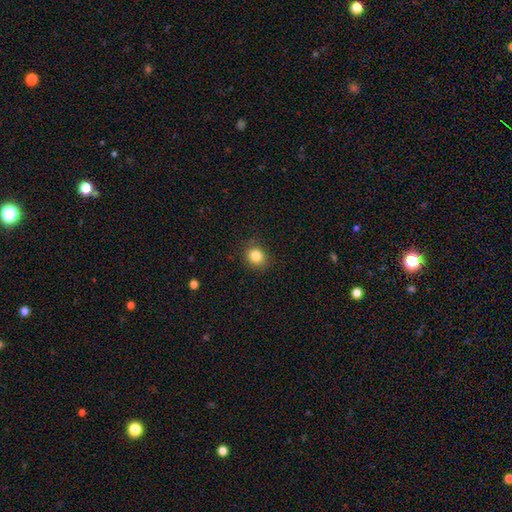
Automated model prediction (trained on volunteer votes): Smooth or featured?
  - smooth: 84% *
  - star or artifact: 11%
  - featured or disk: 5%
How rounded?
  - round: 78% *
  - in between: 21%
  - cigar-shaped: 1%
Merging?
  - none: 86% *
  - minor disturbance: 10%
  - major disturbance: 3%
  - merger: 1%